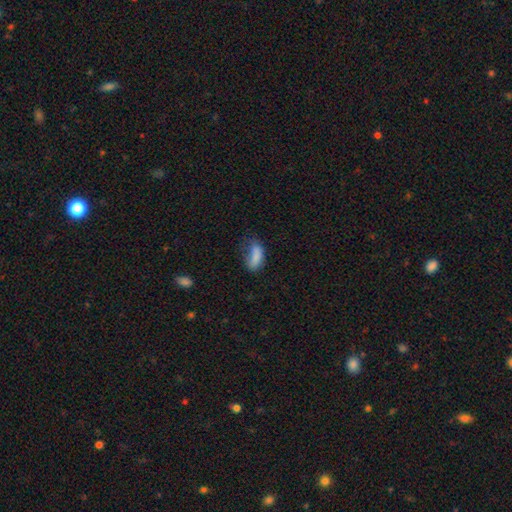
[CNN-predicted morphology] Q: Smooth or featured?
A: smooth (81%); runner-up: featured or disk (10%)
Q: How rounded?
A: in between (83%); runner-up: cigar-shaped (13%)
Q: Merging?
A: none (37%); runner-up: minor disturbance (33%)